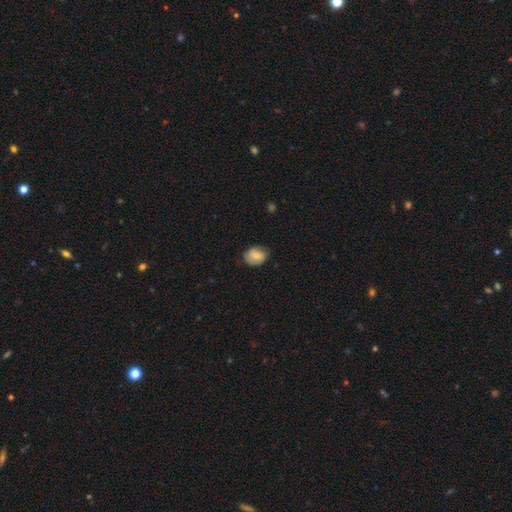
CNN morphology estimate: Smooth or featured?
  - smooth: 76% *
  - featured or disk: 16%
  - star or artifact: 8%
How rounded?
  - in between: 56% *
  - round: 43%
  - cigar-shaped: 1%
Merging?
  - none: 65% *
  - minor disturbance: 29%
  - major disturbance: 6%
  - merger: 1%